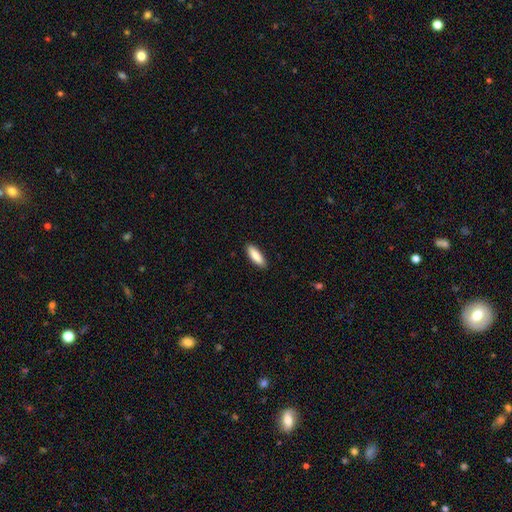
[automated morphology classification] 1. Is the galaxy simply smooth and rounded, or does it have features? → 86% smooth, 8% featured or disk, 6% star or artifact.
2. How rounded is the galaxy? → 55% in between, 43% cigar-shaped, 2% round.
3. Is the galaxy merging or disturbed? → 90% none, 8% minor disturbance, 2% major disturbance, 1% merger.